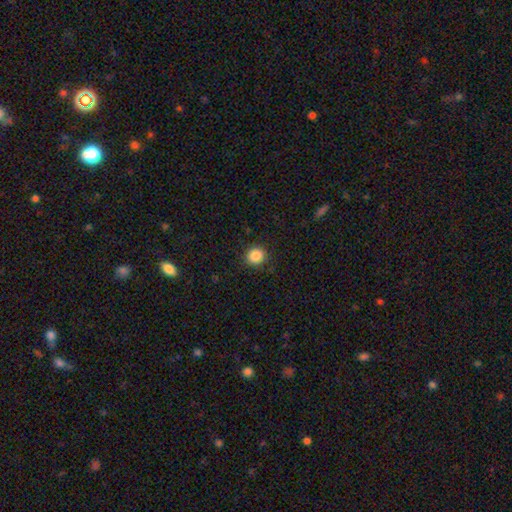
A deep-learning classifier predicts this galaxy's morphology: Q: Smooth or featured?
A: smooth (86%); runner-up: star or artifact (10%)
Q: How rounded?
A: round (90%); runner-up: in between (9%)
Q: Merging?
A: none (90%); runner-up: minor disturbance (7%)